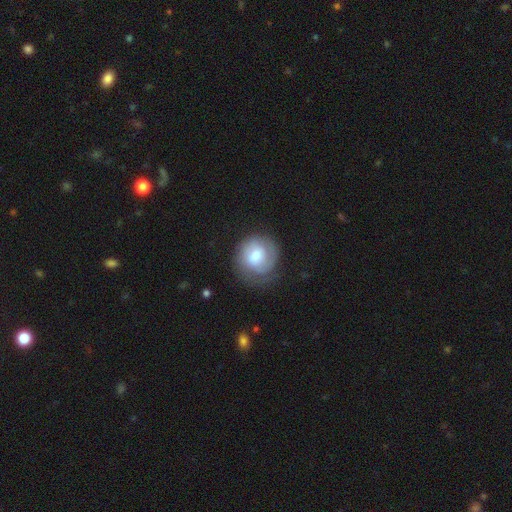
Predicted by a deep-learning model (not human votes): smooth-or-featured: smooth: 47% (tied) | featured or disk: 47% (tied) | star or artifact: 6%
  merging: none: 65% | minor disturbance: 22% | major disturbance: 12% | merger: 1%